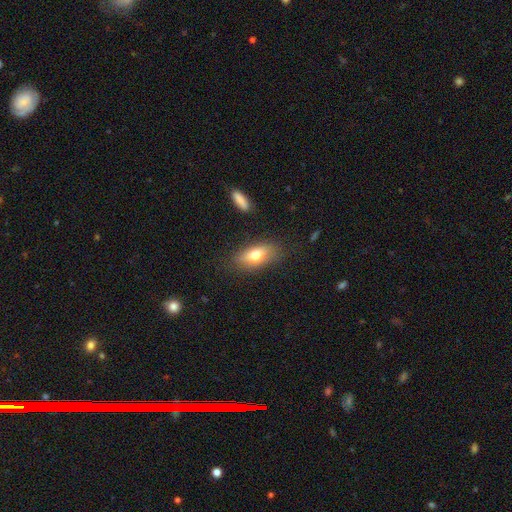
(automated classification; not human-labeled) Overall: smooth (71%). How rounded: in between (79%). Merging: none (79%).